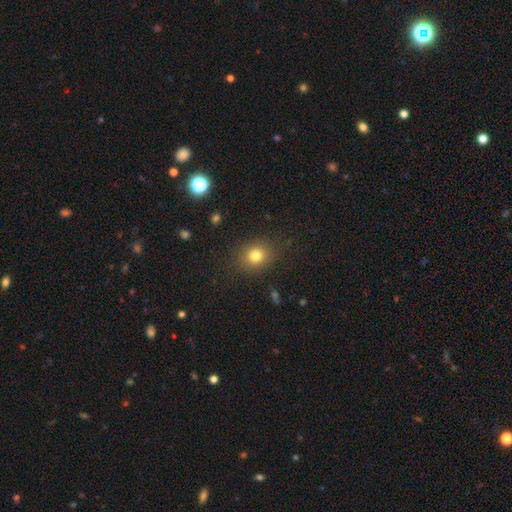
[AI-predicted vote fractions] A smooth galaxy with no disk features (79%) that is round (66%).

Vote fractions:
- Smooth or featured? smooth: 79% / star or artifact: 13% / featured or disk: 8%
- How rounded? round: 66% / in between: 33% / cigar-shaped: 1%
- Merging? none: 85% / minor disturbance: 10% / major disturbance: 4% / merger: 1%